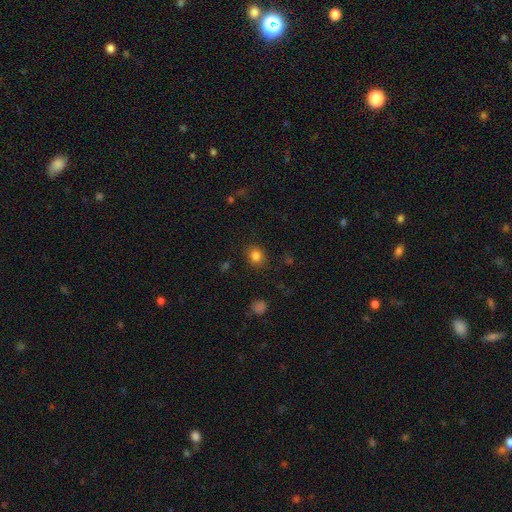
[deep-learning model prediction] Smooth or featured: smooth — 83% (star or artifact — 12%)
How rounded: round — 65% (in between — 34%)
Merging: none — 86% (minor disturbance — 10%)